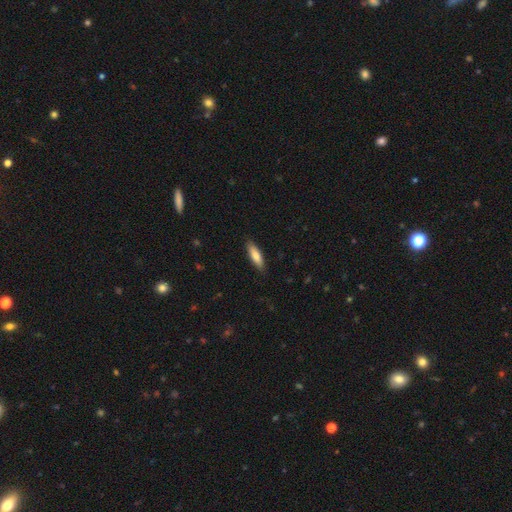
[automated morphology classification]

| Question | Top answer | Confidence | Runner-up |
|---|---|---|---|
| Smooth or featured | smooth | 81% | featured or disk (14%) |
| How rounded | cigar-shaped | 61% | in between (38%) |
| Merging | none | 88% | minor disturbance (10%) |